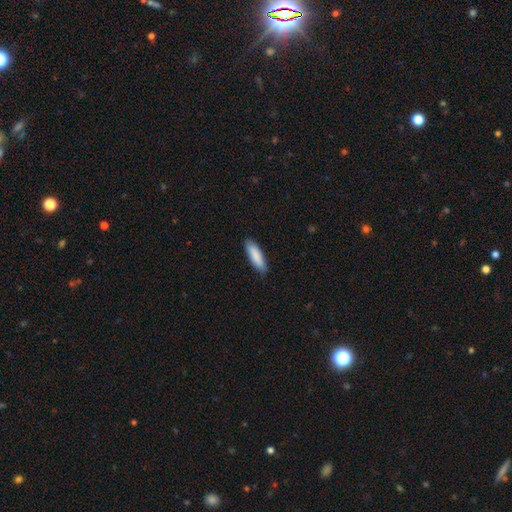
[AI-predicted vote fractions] Morphology: type=smooth (88%); roundness=cigar-shaped (57%); merging=none (87%).